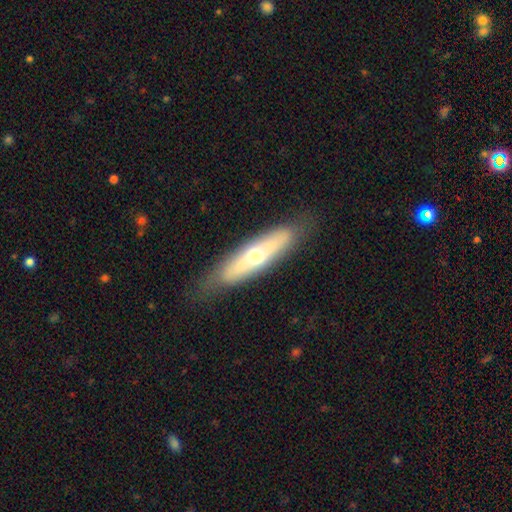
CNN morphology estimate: This appears to be a featured or disk galaxy (50%). Merging: none (79%).